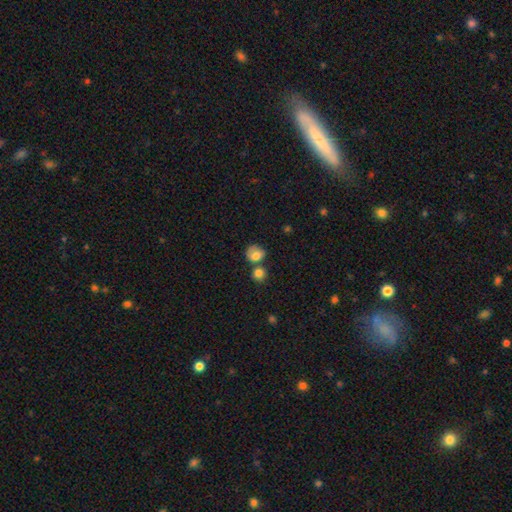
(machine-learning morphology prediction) This appears to be a smooth galaxy with no disk features (79%) that is round (70%). Merging: none (44%).